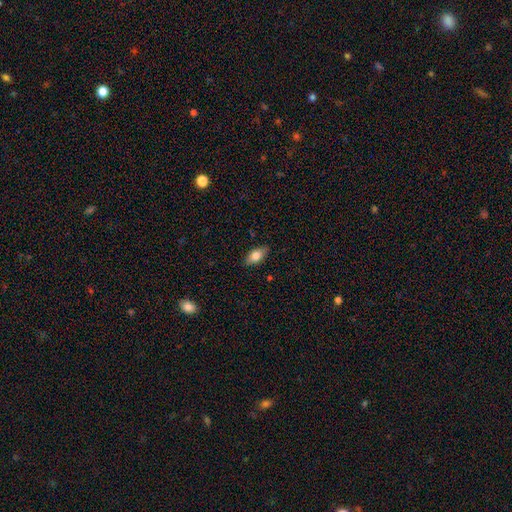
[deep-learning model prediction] Q: Smooth or featured?
A: smooth (77%); runner-up: featured or disk (16%)
Q: How rounded?
A: in between (88%); runner-up: cigar-shaped (8%)
Q: Merging?
A: none (86%); runner-up: minor disturbance (11%)